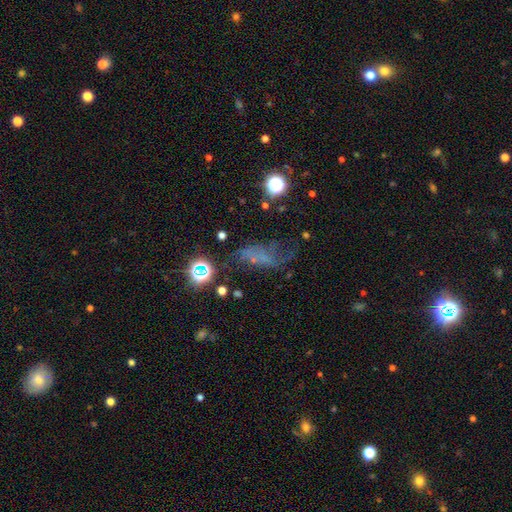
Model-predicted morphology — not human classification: type=smooth (36%); merging=none (40%).